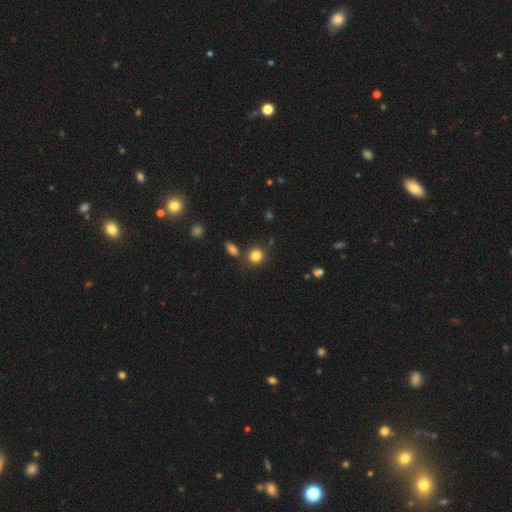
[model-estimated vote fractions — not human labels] Overall: smooth (83%). How rounded: round (85%). Merging: none (80%).